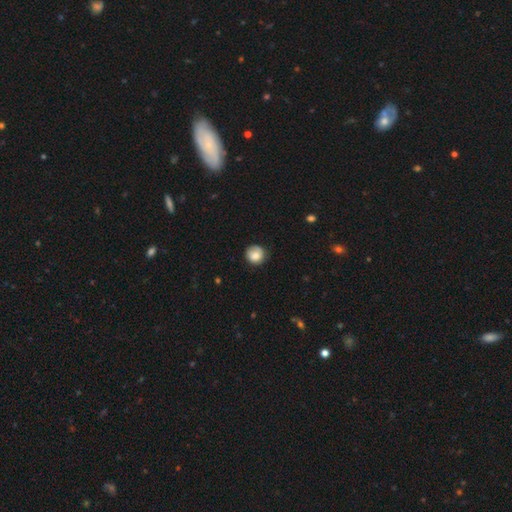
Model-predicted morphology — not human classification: A smooth galaxy with no disk features (81%) that is round (91%). Merging: none (77%).